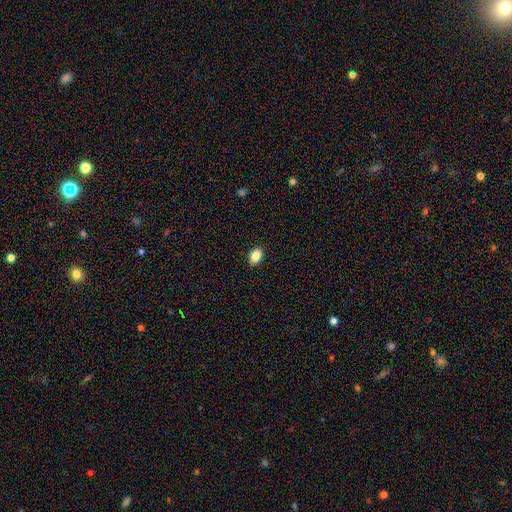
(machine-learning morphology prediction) smooth 84%, star or artifact 9%, featured or disk 7%. Down the decision tree: how rounded — in between (80%); merging — none (90%).